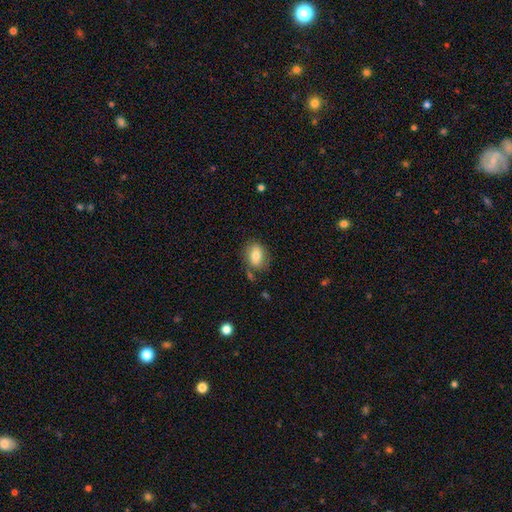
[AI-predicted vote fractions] A smooth galaxy with no disk features (76%) that is in between round and cigar-shaped (74%). Merging: none (68%).